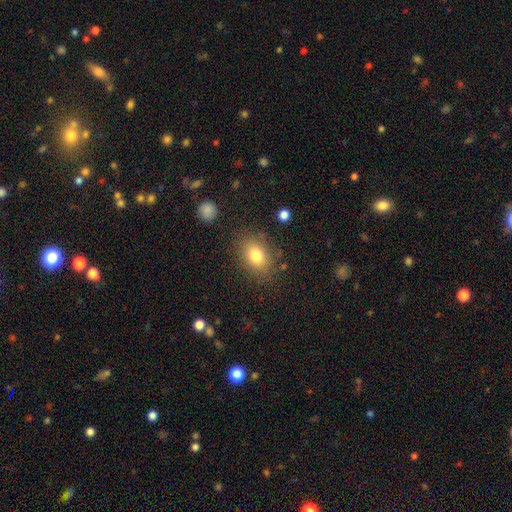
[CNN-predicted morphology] Smooth or featured?
  - smooth: 80% *
  - featured or disk: 10%
  - star or artifact: 10%
How rounded?
  - in between: 68% *
  - round: 30%
  - cigar-shaped: 1%
Merging?
  - none: 80% *
  - minor disturbance: 13%
  - major disturbance: 5%
  - merger: 2%